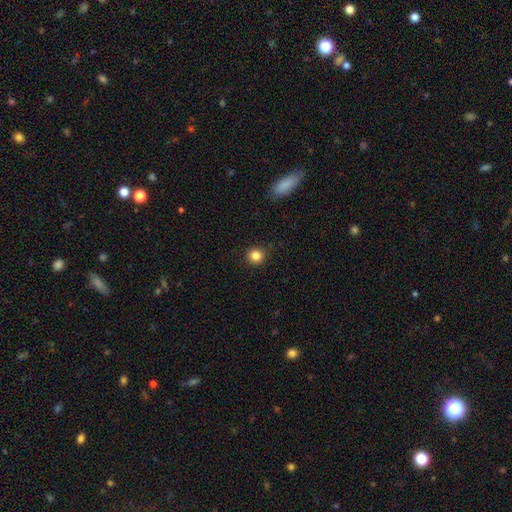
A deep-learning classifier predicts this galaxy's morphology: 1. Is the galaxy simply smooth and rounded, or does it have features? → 84% smooth, 12% star or artifact, 4% featured or disk.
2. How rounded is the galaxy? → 93% round, 6% in between, 1% cigar-shaped.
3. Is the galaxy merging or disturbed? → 91% none, 6% minor disturbance, 2% major disturbance, 1% merger.